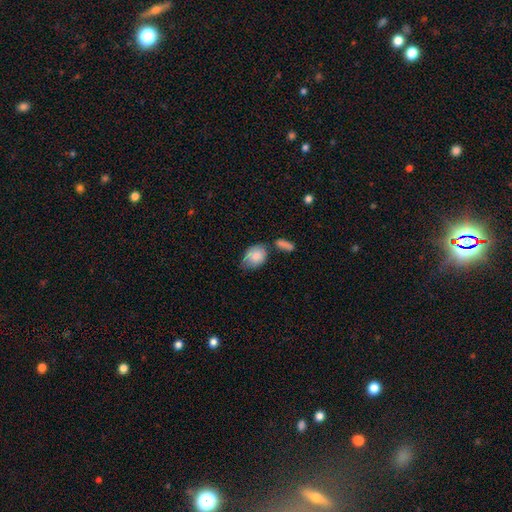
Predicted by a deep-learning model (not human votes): A smooth galaxy with no disk features (81%) that is in between round and cigar-shaped (75%). Merging: none (39%).